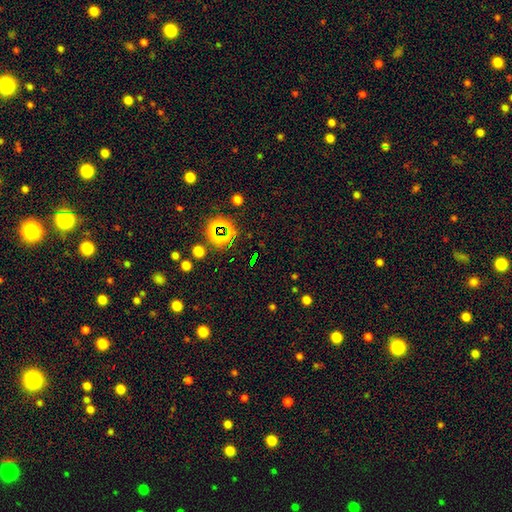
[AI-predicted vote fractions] This is likely a star or artifact rather than a galaxy (71%).